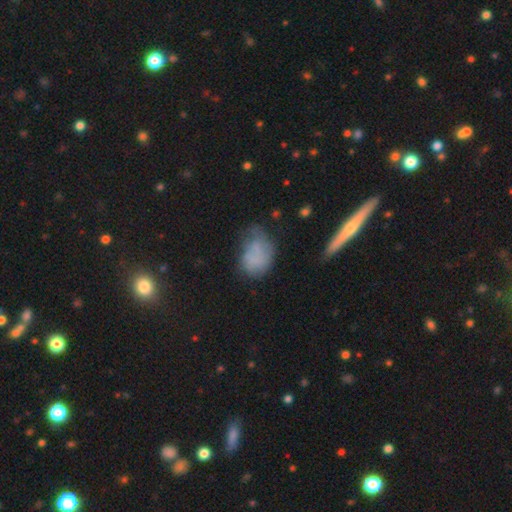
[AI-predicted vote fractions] Q: Smooth or featured?
A: smooth (63%); runner-up: featured or disk (26%)
Q: How rounded?
A: in between (73%); runner-up: round (25%)
Q: Merging?
A: none (38%); runner-up: minor disturbance (32%)